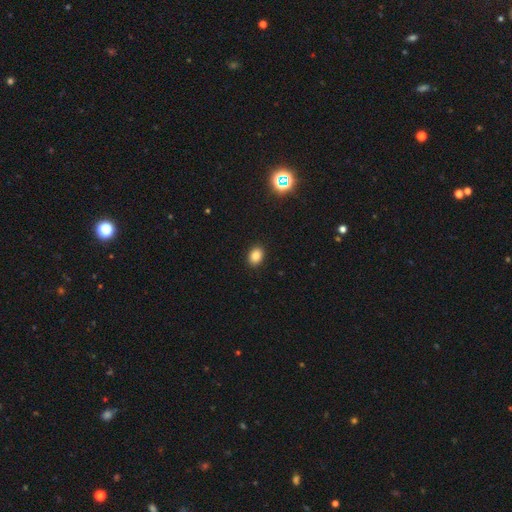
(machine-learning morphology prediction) A smooth galaxy with no disk features (85%) that is in between round and cigar-shaped (70%). Merging: none (91%).